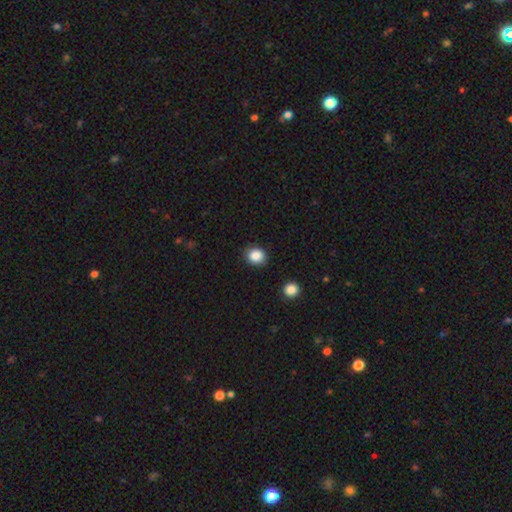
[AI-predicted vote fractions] This is clearly a smooth galaxy (87%). How rounded: likely round (71%). Merging: clearly none (88%).